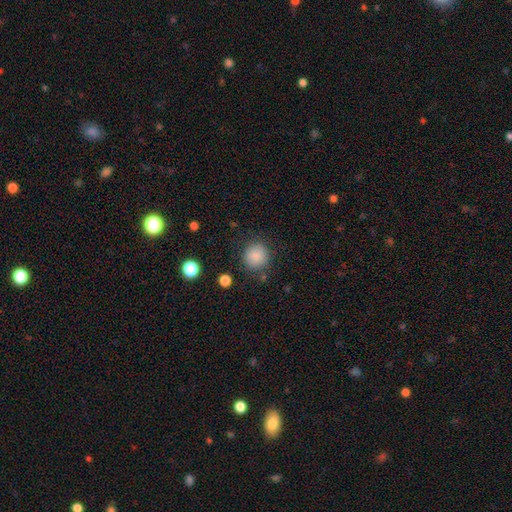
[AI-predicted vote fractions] Smooth or featured: smooth — 86% (star or artifact — 9%)
How rounded: round — 91% (in between — 8%)
Merging: none — 84% (minor disturbance — 10%)